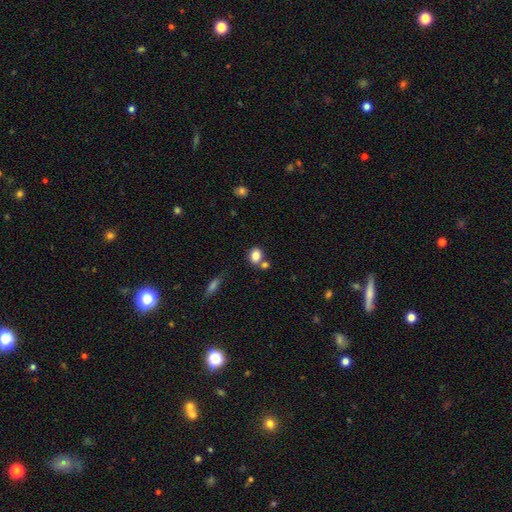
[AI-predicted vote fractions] Morphology: type=smooth (83%); roundness=in between (51%); merging=none (56%).